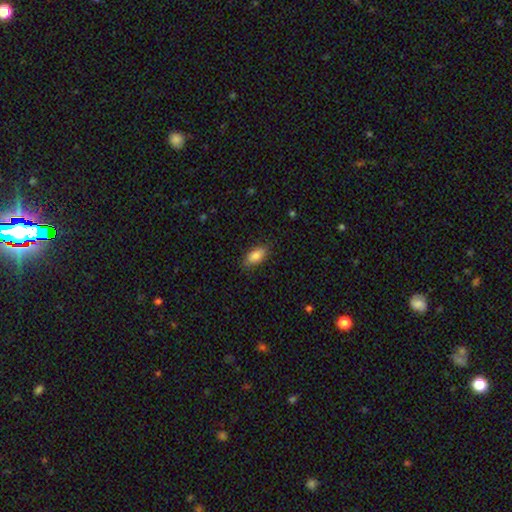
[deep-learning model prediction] Smooth or featured? Predicted: smooth (p=0.85). How rounded? Predicted: in between (p=0.87). Merging? Predicted: none (p=0.85).